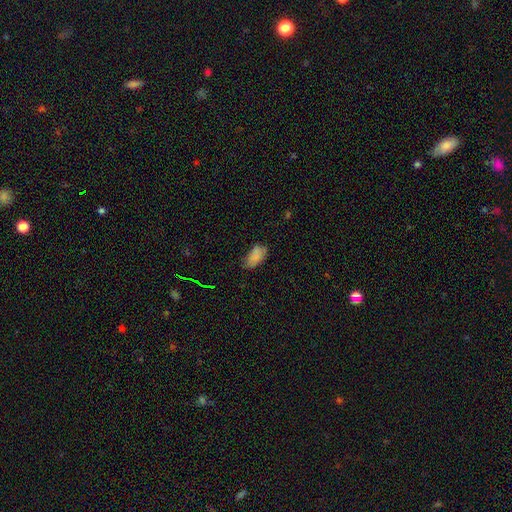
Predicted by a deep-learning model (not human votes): Overall: smooth (83%). How rounded: in between (92%). Merging: none (65%; minor disturbance 27%).